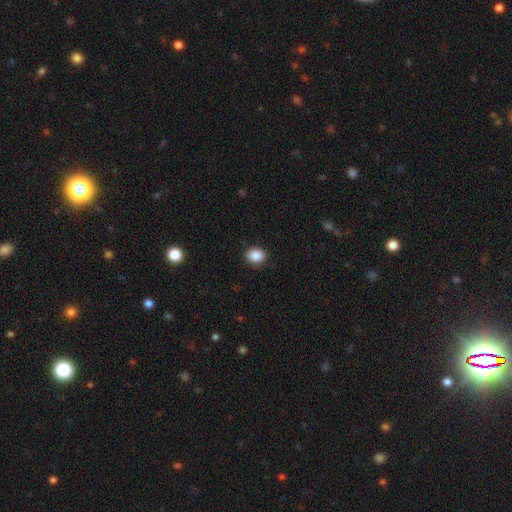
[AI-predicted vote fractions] Q: Smooth or featured?
A: smooth (87%); runner-up: star or artifact (9%)
Q: How rounded?
A: round (51%); runner-up: in between (48%)
Q: Merging?
A: none (87%); runner-up: minor disturbance (10%)